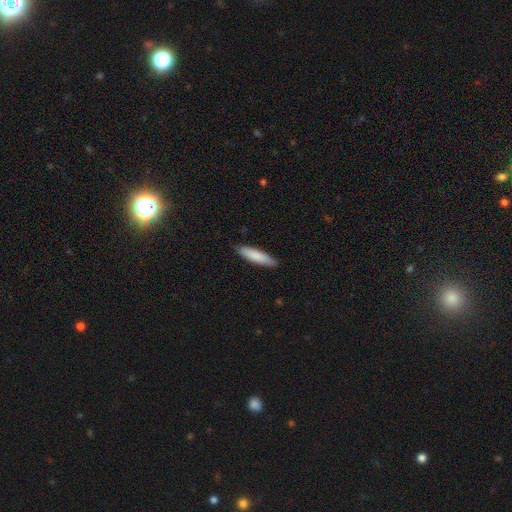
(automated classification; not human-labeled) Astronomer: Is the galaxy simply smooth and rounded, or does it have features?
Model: smooth — 84%.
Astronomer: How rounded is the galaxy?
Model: cigar-shaped — 74%.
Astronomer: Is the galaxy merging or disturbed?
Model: none — 87%.